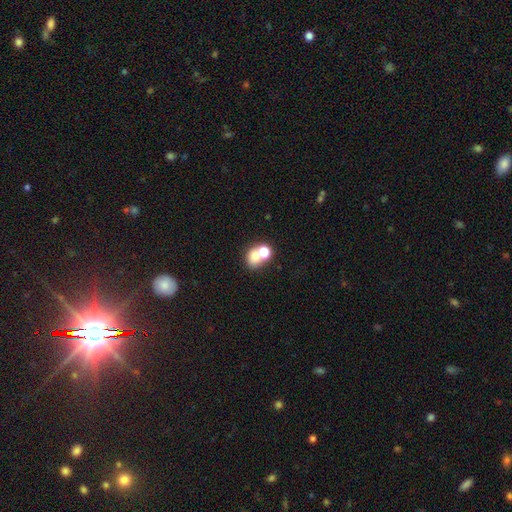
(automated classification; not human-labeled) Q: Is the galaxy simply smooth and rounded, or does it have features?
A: smooth — 70%.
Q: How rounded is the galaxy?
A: round — 57%.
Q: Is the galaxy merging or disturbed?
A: merger — 55%.